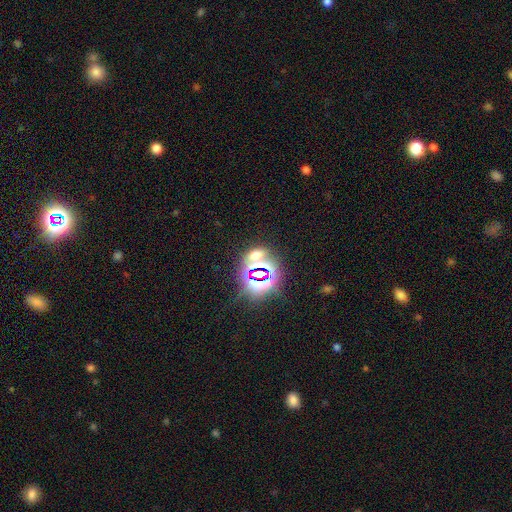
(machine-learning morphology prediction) This appears to be a star or artifact, not a galaxy (58%).